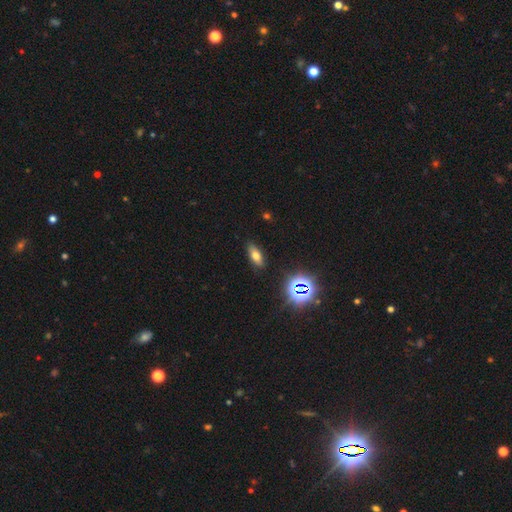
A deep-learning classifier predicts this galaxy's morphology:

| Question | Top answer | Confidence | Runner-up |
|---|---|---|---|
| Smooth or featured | smooth | 64% | star or artifact (19%) |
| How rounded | in between | 76% | cigar-shaped (18%) |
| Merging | none | 87% | minor disturbance (9%) |